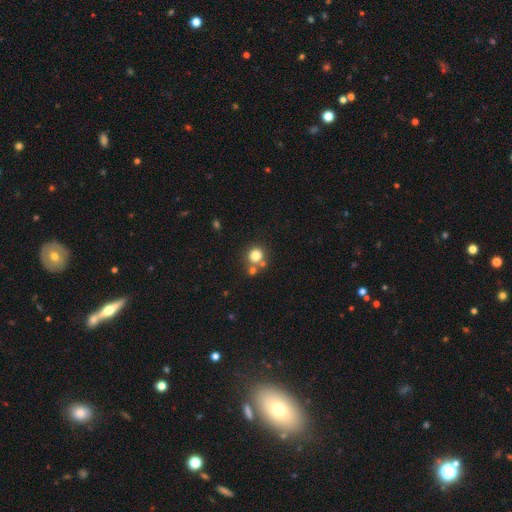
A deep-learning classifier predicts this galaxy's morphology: smooth-or-featured: smooth: 79% | star or artifact: 12% | featured or disk: 9%
  how-rounded: round: 89% | in between: 10% | cigar-shaped: 1%
  merging: none: 62% | merger: 26% | minor disturbance: 9% | major disturbance: 3%